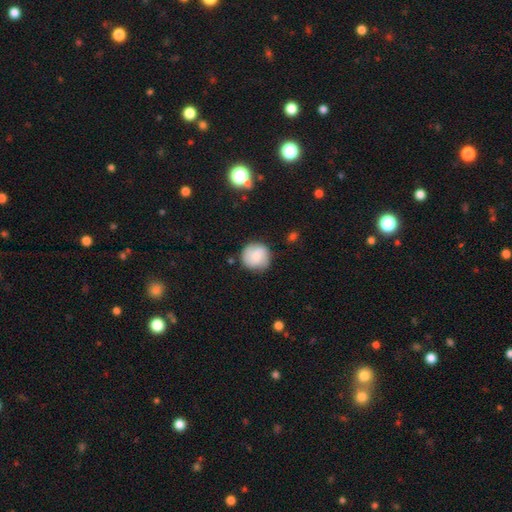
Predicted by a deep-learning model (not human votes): Morphology: type=smooth (75%); roundness=round (92%); merging=none (81%).